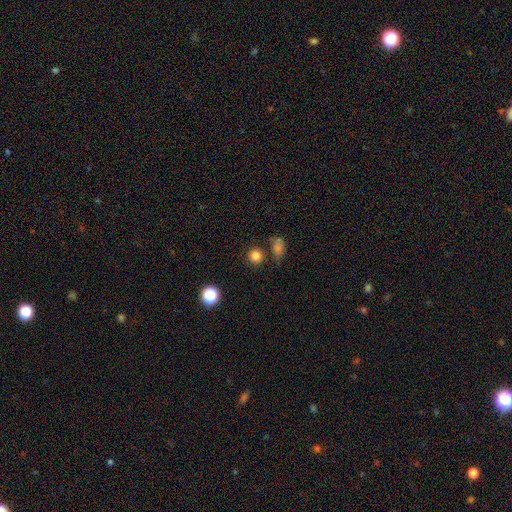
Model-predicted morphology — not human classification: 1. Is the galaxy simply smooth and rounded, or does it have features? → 81% smooth, 15% star or artifact, 4% featured or disk.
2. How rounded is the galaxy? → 90% round, 9% in between, 1% cigar-shaped.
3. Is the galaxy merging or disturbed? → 77% none, 10% merger, 10% minor disturbance, 4% major disturbance.